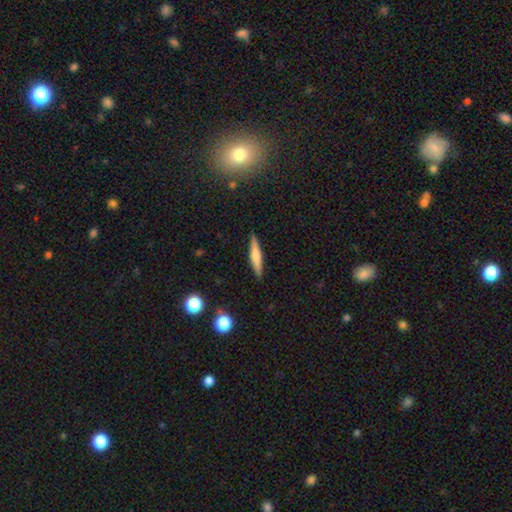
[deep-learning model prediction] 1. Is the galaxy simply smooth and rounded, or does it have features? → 54% smooth, 39% featured or disk, 7% star or artifact.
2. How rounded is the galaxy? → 90% cigar-shaped, 8% in between, 2% round.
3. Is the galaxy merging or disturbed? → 90% none, 7% minor disturbance, 2% major disturbance, 1% merger.